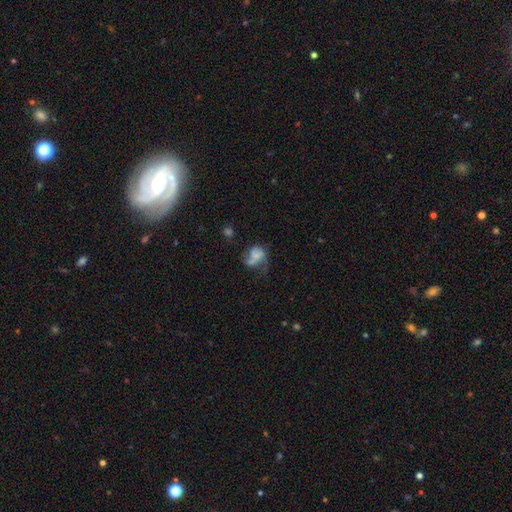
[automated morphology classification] type=featured or disk (47%); merging=major disturbance (34%).